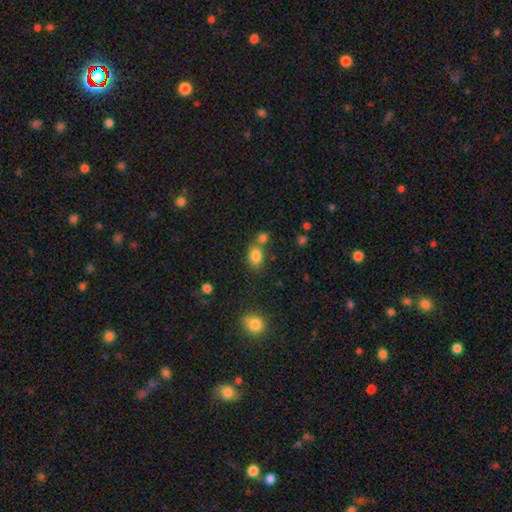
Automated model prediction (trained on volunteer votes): The model was most divided on "merging": none: 57%, merger: 27%, minor disturbance: 12%, major disturbance: 4%. More confident: smooth or featured — smooth (83%); how rounded — in between (70%).